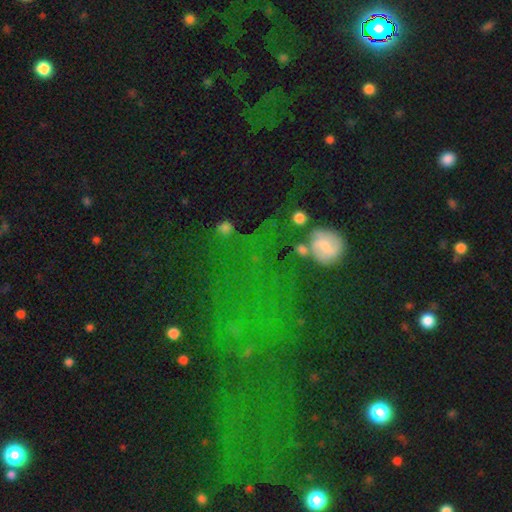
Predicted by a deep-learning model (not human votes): Smooth or featured? Predicted: star or artifact (p=0.62).